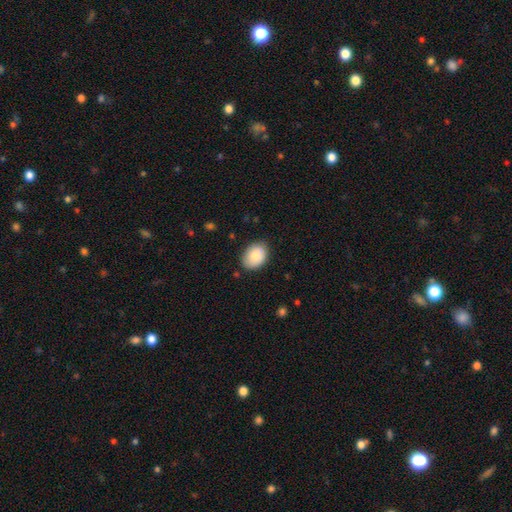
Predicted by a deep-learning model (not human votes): Smooth or featured? smooth (80%)
How rounded? in between (70%)
Merging? none (80%)